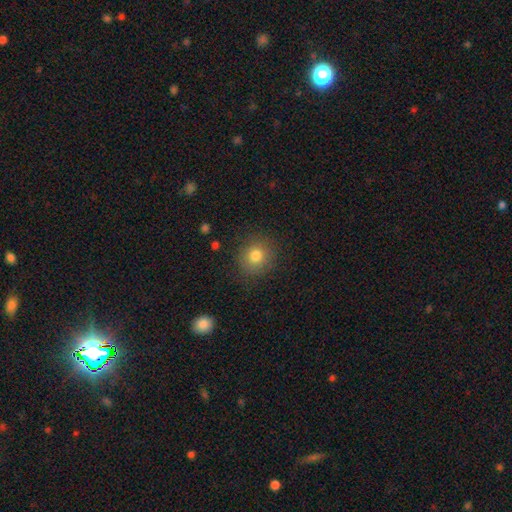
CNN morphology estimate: This is likely a smooth galaxy (80%). How rounded: clearly round (85%). Merging: clearly none (86%).